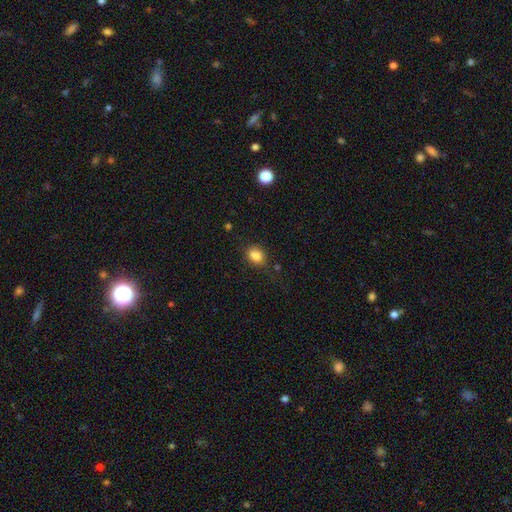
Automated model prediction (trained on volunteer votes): Smooth or featured: smooth — 84% (star or artifact — 10%)
How rounded: in between — 58% (round — 41%)
Merging: none — 71% (minor disturbance — 19%)